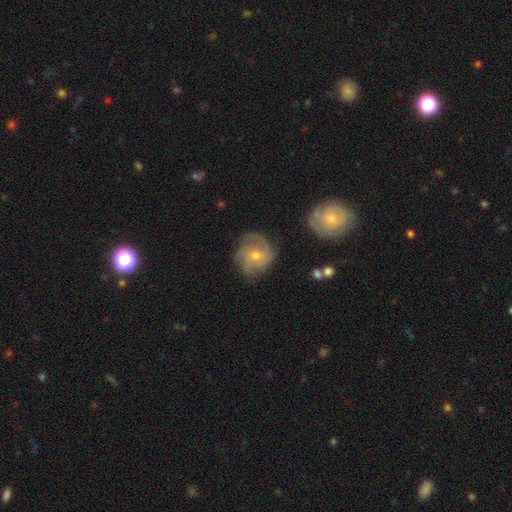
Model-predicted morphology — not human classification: Smooth or featured?
  - featured or disk: 75% *
  - smooth: 17%
  - star or artifact: 8%
Edge-on disk?
  - no: 97% *
  - yes: 3%
Bar?
  - no: 70% *
  - weak: 25%
  - strong: 4%
Spiral arms?
  - yes: 93% *
  - no: 7%
Spiral winding?
  - medium: 45% *
  - tight: 39%
  - loose: 17%
Spiral arm count?
  - 3: 45% *
  - can't tell: 19%
  - 4: 15%
  - 2: 13%
  - 1: 4%
  - more than 4: 4%
Bulge size?
  - moderate: 48% * (tied)
  - small: 48% * (tied)
  - large: 2%
  - none: 1%
  - dominant: 1%
Merging?
  - none: 72% *
  - minor disturbance: 18%
  - major disturbance: 8%
  - merger: 2%